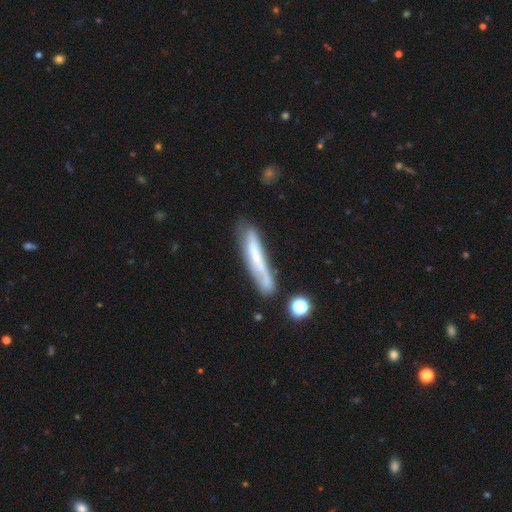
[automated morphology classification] featured or disk 48%, smooth 44%, star or artifact 8%. Down the decision tree: merging — none (55%).